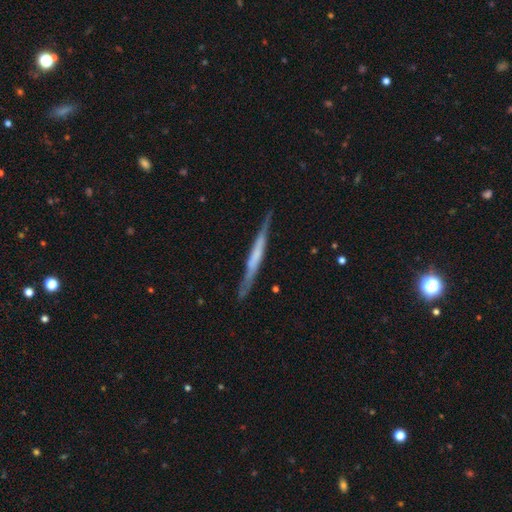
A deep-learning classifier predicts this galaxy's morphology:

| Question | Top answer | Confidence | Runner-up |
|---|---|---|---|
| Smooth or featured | featured or disk | 63% | smooth (32%) |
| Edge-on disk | yes | 95% | no (5%) |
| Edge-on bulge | none | 57% | boxy (27%) |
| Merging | none | 82% | minor disturbance (14%) |